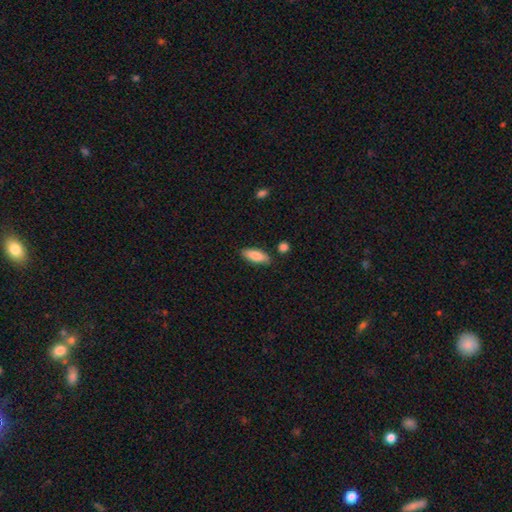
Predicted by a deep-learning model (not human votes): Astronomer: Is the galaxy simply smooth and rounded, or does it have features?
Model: smooth — 83%.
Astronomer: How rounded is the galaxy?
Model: in between — 71%.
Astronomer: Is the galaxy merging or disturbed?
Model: none — 84%.